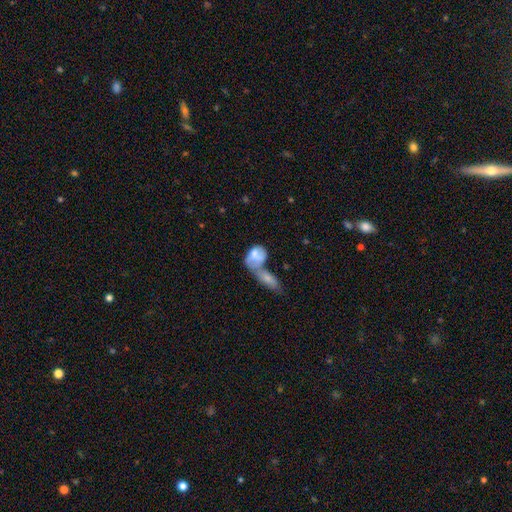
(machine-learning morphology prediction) The model was most divided on "smooth or featured": smooth: 61%, featured or disk: 32%, star or artifact: 7%. More confident: how rounded — in between (76%); merging — merger (71%).